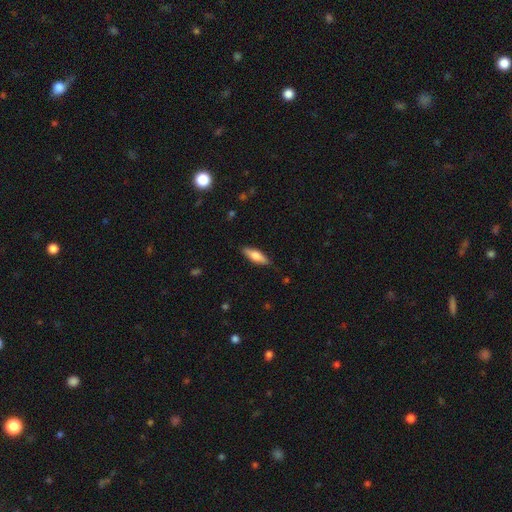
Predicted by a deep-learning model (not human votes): This is likely a smooth galaxy (68%). How rounded: possibly cigar-shaped (49%, tied with in between). Merging: clearly none (85%).